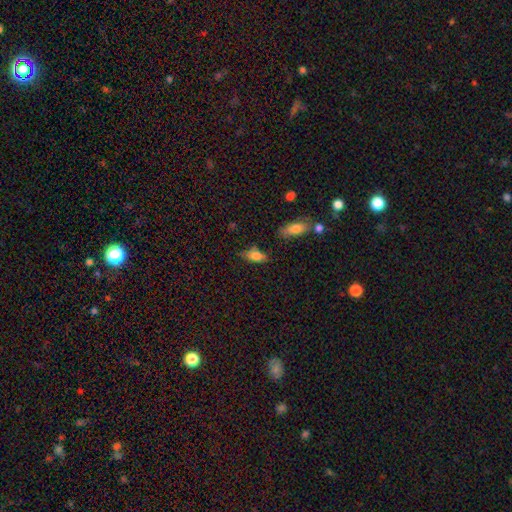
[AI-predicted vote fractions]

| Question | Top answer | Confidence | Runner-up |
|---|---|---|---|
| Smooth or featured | smooth | 78% | featured or disk (13%) |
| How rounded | in between | 82% | cigar-shaped (14%) |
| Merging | none | 66% | minor disturbance (23%) |